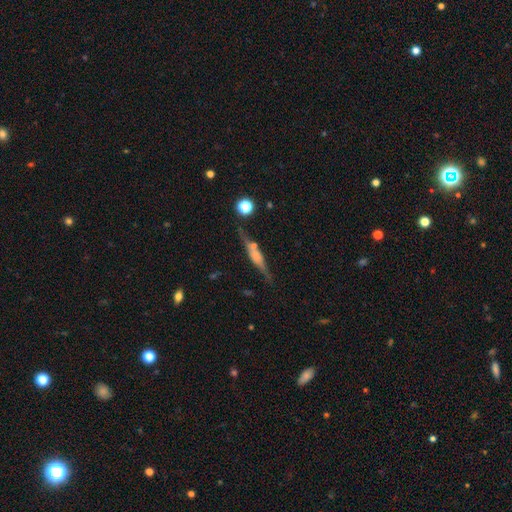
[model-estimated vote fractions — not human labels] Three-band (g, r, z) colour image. It shows a featured or disk galaxy (58%) viewed edge-on (93%) with a rounded central bulge (52%). Merging: none (72%).